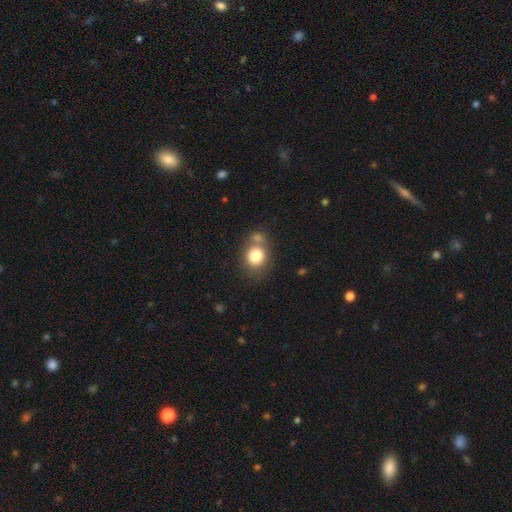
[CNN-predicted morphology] A smooth galaxy with no disk features (79%) that is round (66%).

Vote fractions:
- Smooth or featured? smooth: 79% / featured or disk: 11% / star or artifact: 10%
- How rounded? round: 66% / in between: 33% / cigar-shaped: 1%
- Merging? none: 53% / merger: 28% / minor disturbance: 14% / major disturbance: 6%